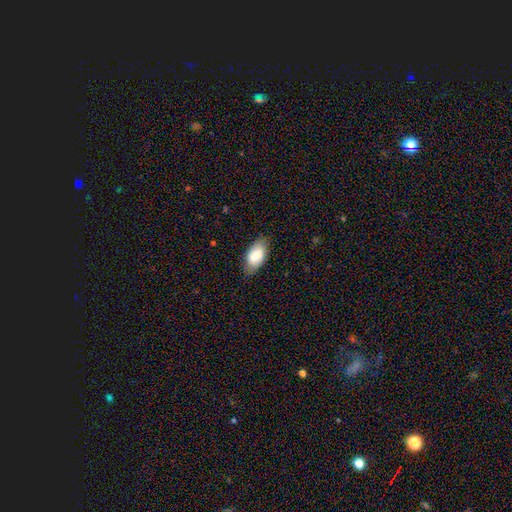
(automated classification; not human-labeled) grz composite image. It shows a smooth galaxy with no disk features (84%) that is in between round and cigar-shaped (93%). Merging: none (79%).